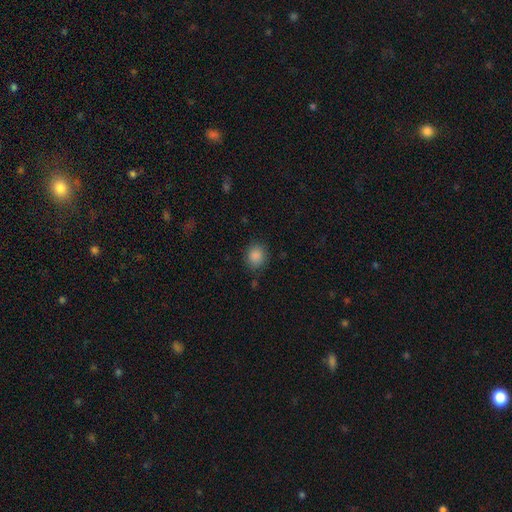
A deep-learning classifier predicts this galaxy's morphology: type=smooth (87%); roundness=round (69%); merging=none (83%).